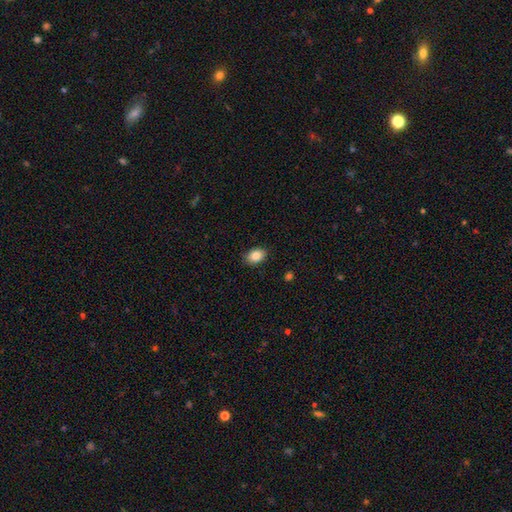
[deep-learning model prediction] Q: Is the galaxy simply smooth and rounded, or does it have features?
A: smooth — 86%.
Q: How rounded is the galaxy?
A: in between — 82%.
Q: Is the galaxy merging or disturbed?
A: none — 87%.